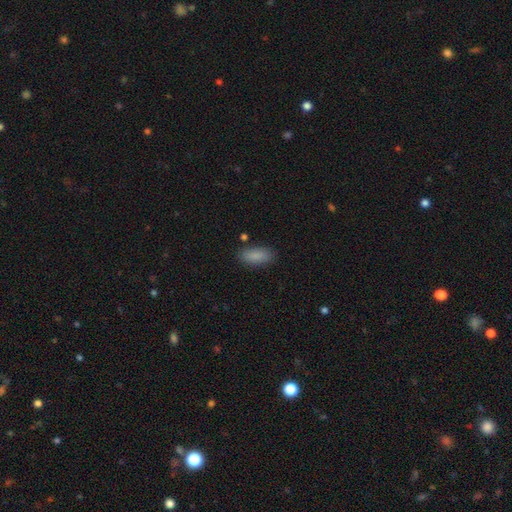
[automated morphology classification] A smooth galaxy with no disk features (88%) that is in between round and cigar-shaped (83%). Merging: none (84%).